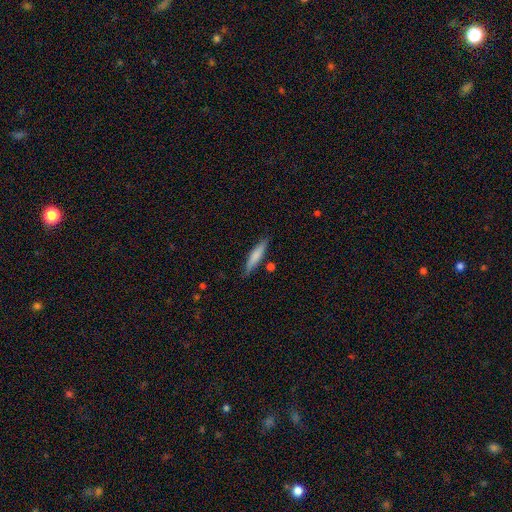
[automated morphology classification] This appears to be a smooth galaxy with no disk features (73%) that is cigar-shaped (84%). Merging: none (80%).